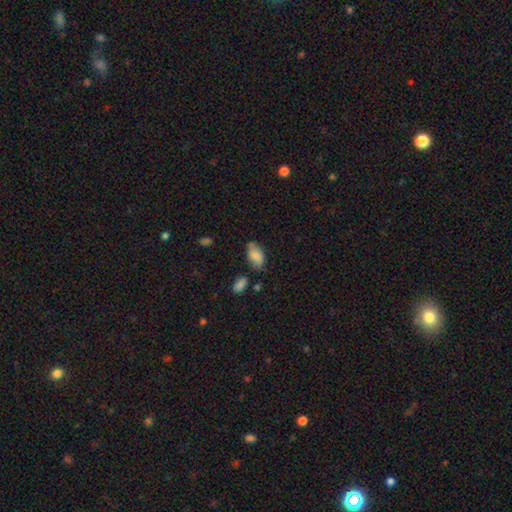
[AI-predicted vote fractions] A smooth galaxy with no disk features (79%) that is in between round and cigar-shaped (93%). Merging: none (64%).